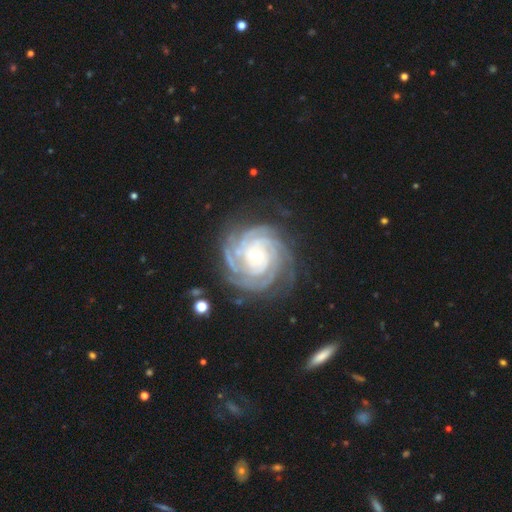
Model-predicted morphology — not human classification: Overall: featured or disk (92%). Edge-on disk: no (98%). Bar: no (73%). Spiral arms: yes (98%). Spiral arm count: 4 (28%; more than 4 20%). Spiral winding: tight (84%). Bulge size: small (50%; moderate 45%). Merging: none (77%).